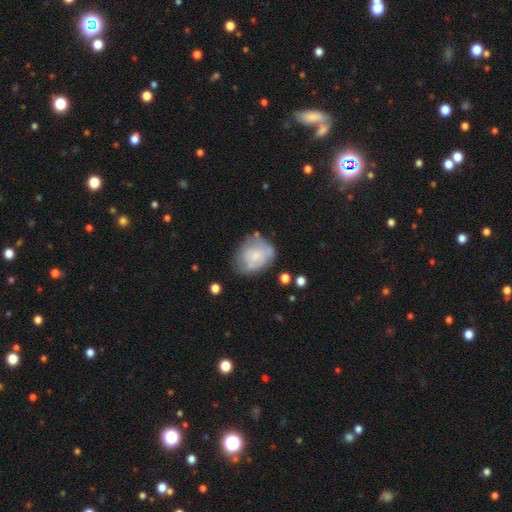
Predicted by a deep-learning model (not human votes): Overall: smooth (55%; featured or disk 37%). How rounded: in between (52%; round 47%). Merging: none (48%; minor disturbance 32%).